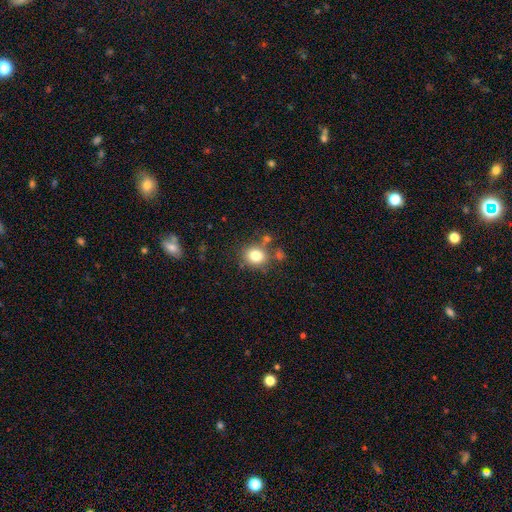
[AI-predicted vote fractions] Q: Smooth or featured?
A: smooth (80%); runner-up: star or artifact (12%)
Q: How rounded?
A: round (73%); runner-up: in between (26%)
Q: Merging?
A: none (72%); runner-up: minor disturbance (13%)